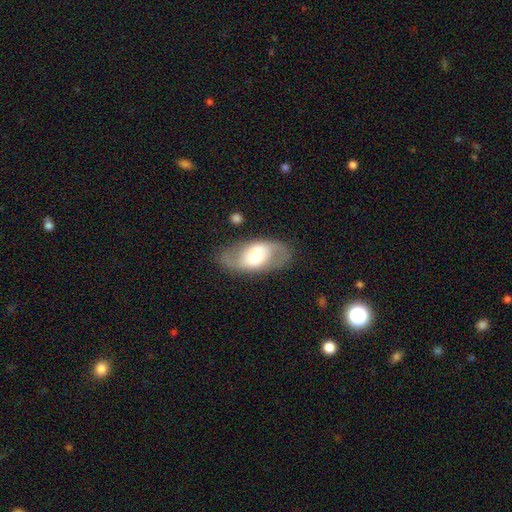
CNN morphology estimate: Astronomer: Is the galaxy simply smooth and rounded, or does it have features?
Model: featured or disk — 65%.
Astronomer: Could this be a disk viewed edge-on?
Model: no — 92%.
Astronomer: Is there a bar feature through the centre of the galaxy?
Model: no — 41% (runner-up: weak, 37%).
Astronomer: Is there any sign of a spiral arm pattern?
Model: yes — 72%.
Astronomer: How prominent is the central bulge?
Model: moderate — 51% (runner-up: large, 30%).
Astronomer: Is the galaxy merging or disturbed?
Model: none — 79%.